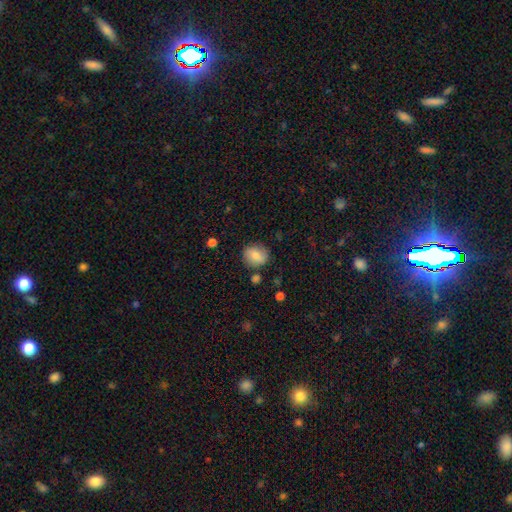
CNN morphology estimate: smooth-or-featured: smooth: 75% | featured or disk: 17% | star or artifact: 8%
  how-rounded: round: 78% | in between: 21% | cigar-shaped: 1%
  merging: none: 81% | minor disturbance: 12% | merger: 3% | major disturbance: 3%